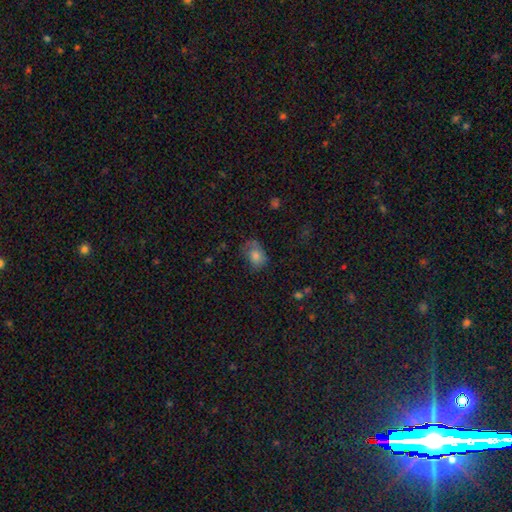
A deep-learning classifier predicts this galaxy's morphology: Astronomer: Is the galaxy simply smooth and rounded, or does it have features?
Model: smooth — 74%.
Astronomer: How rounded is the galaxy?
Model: in between — 71%.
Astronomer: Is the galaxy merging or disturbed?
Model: none — 49% (runner-up: minor disturbance, 32%).